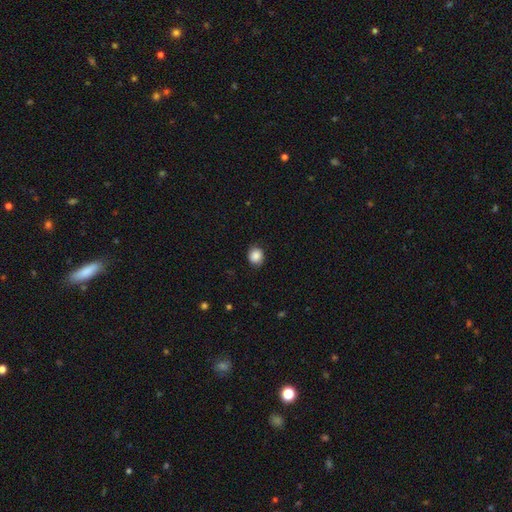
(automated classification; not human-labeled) A smooth galaxy with no disk features (87%) that is round (74%). Merging: none (84%).